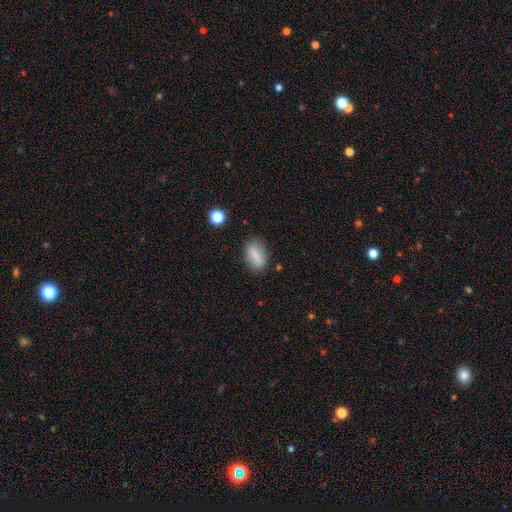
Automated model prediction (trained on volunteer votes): The model was most divided on "smooth or featured": smooth: 78%, featured or disk: 14%, star or artifact: 9%. More confident: how rounded — in between (87%); merging — none (79%).